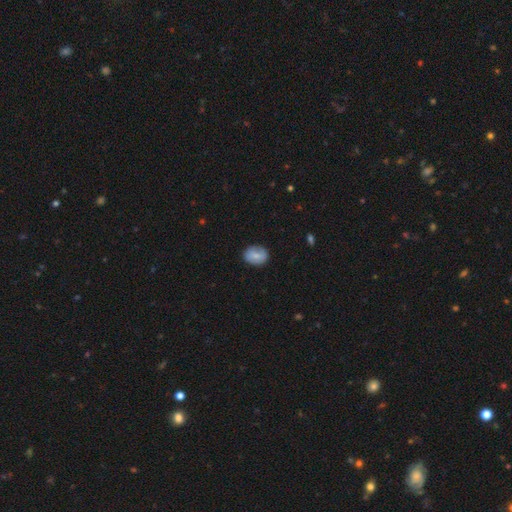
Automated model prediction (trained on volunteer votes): Q: Smooth or featured?
A: smooth (71%); runner-up: featured or disk (22%)
Q: How rounded?
A: in between (58%); runner-up: round (41%)
Q: Merging?
A: none (83%); runner-up: minor disturbance (13%)